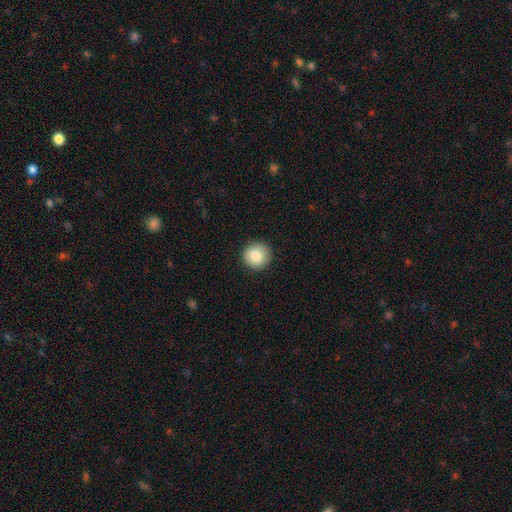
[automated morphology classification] Overall: smooth (84%). How rounded: round (94%). Merging: none (92%).